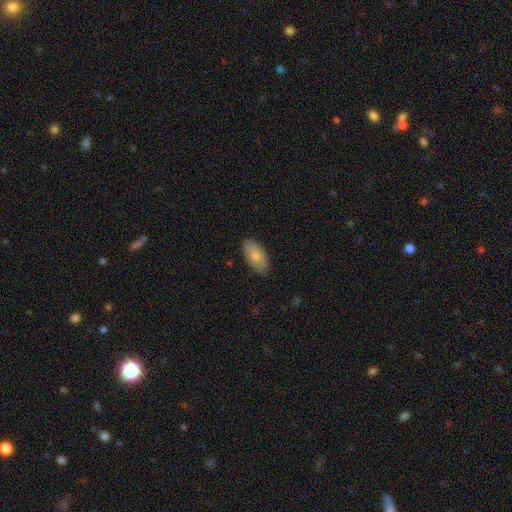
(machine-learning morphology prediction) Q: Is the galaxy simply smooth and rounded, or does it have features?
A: smooth — 77%.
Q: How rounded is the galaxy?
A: in between — 93%.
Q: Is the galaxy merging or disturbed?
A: none — 86%.